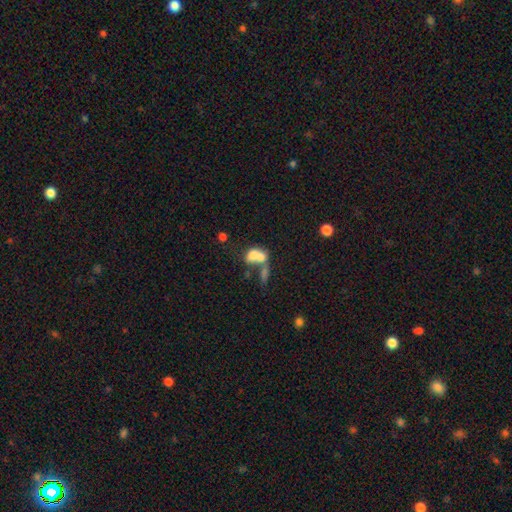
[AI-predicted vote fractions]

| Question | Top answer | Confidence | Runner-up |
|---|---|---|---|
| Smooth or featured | smooth | 63% | featured or disk (26%) |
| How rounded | in between | 73% | round (24%) |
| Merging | merger | 69% | none (15%) |